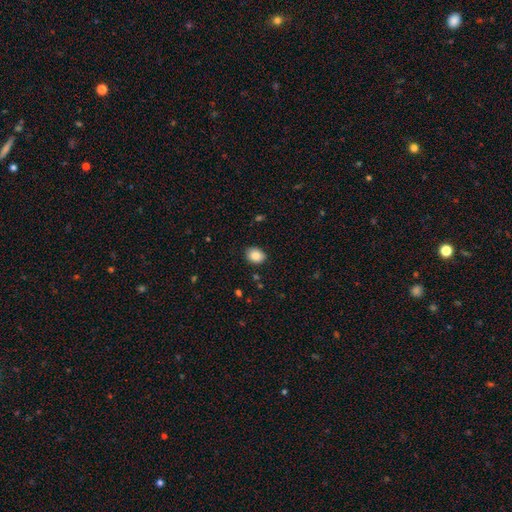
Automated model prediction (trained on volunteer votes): This appears to be a smooth galaxy with no disk features (86%) that is in between round and cigar-shaped (56%). Merging: none (87%).